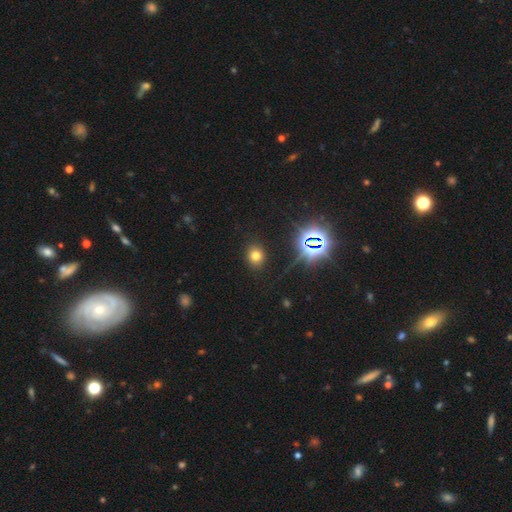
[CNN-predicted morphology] Q: Smooth or featured?
A: smooth (68%); runner-up: star or artifact (24%)
Q: How rounded?
A: round (66%); runner-up: in between (33%)
Q: Merging?
A: none (88%); runner-up: minor disturbance (8%)